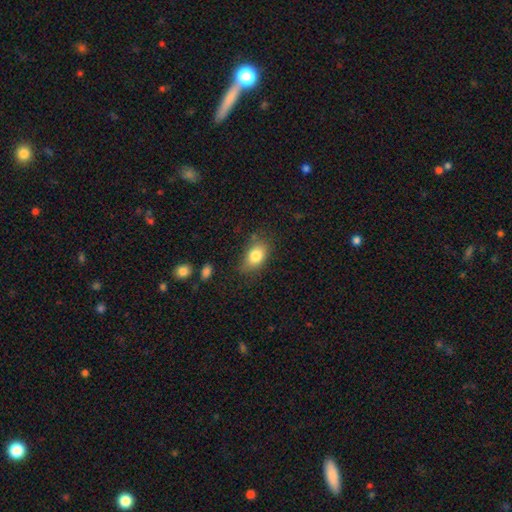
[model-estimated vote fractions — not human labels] Overall: smooth (81%). How rounded: in between (83%). Merging: none (69%).